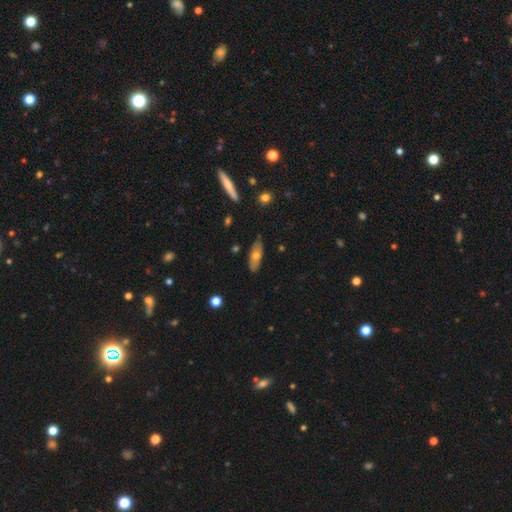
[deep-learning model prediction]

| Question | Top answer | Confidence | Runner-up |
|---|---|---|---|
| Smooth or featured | smooth | 54% | featured or disk (38%) |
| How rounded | in between | 59% | cigar-shaped (38%) |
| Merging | none | 81% | minor disturbance (15%) |